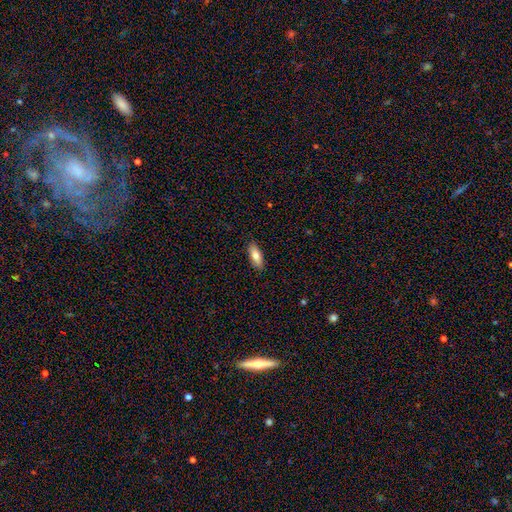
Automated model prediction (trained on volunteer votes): Smooth or featured?
  - smooth: 78% *
  - featured or disk: 15%
  - star or artifact: 6%
How rounded?
  - in between: 70% *
  - cigar-shaped: 28%
  - round: 2%
Merging?
  - none: 88% *
  - minor disturbance: 9%
  - major disturbance: 2%
  - merger: 1%